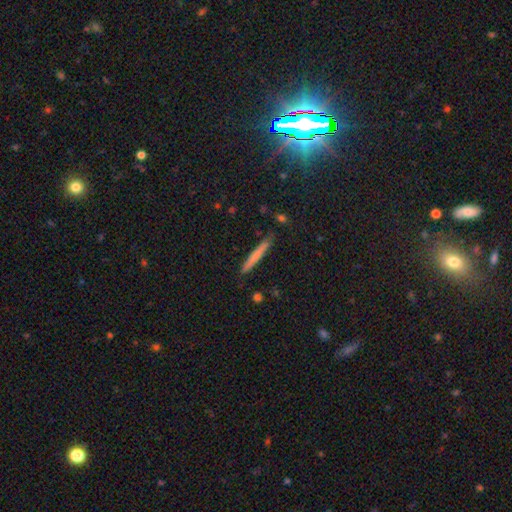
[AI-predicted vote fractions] Overall: smooth (68%). How rounded: cigar-shaped (96%). Merging: none (88%).